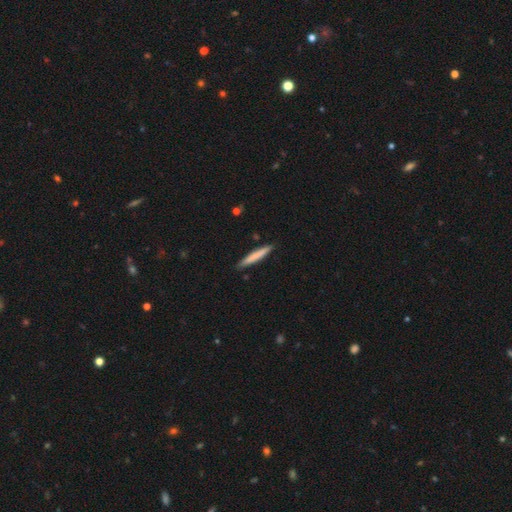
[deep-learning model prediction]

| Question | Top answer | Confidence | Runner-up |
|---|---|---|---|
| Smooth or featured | smooth | 75% | featured or disk (20%) |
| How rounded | cigar-shaped | 95% | in between (4%) |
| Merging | none | 89% | minor disturbance (8%) |